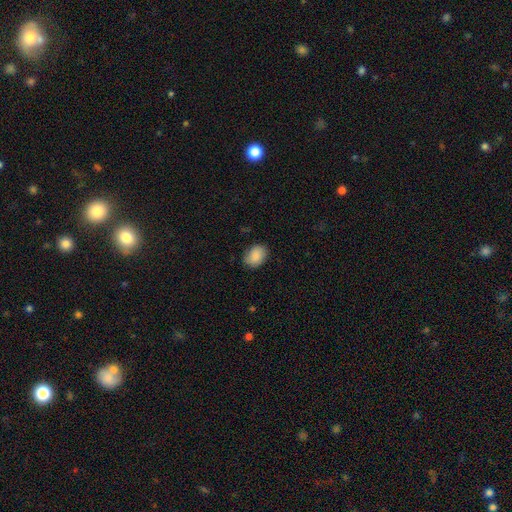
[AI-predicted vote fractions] smooth 86%, star or artifact 7%, featured or disk 7%. Down the decision tree: how rounded — in between (71%); merging — none (82%).